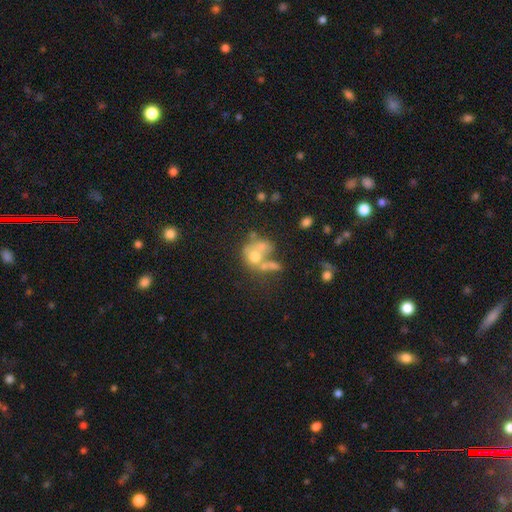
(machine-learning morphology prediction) Q: Smooth or featured?
A: smooth (48%); runner-up: featured or disk (35%)
Q: Merging?
A: merger (48%); runner-up: none (24%)